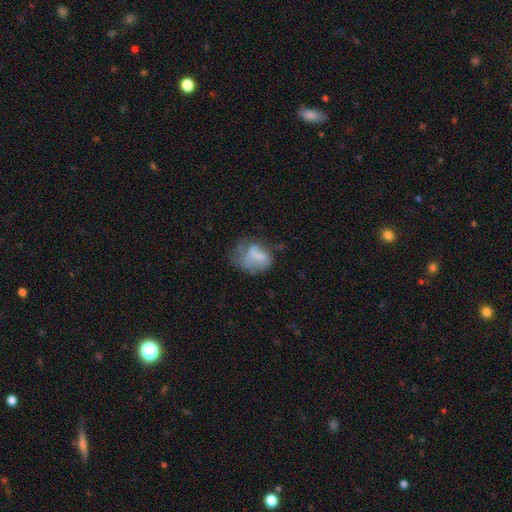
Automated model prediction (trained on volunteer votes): Smooth or featured? Predicted: smooth (p=0.55). How rounded? Predicted: in between (p=0.66). Merging? Predicted: major disturbance (p=0.42).